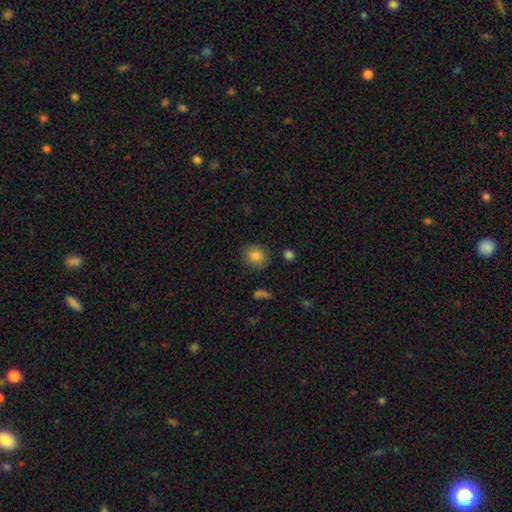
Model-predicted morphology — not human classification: type=smooth (84%); roundness=round (73%); merging=none (84%).